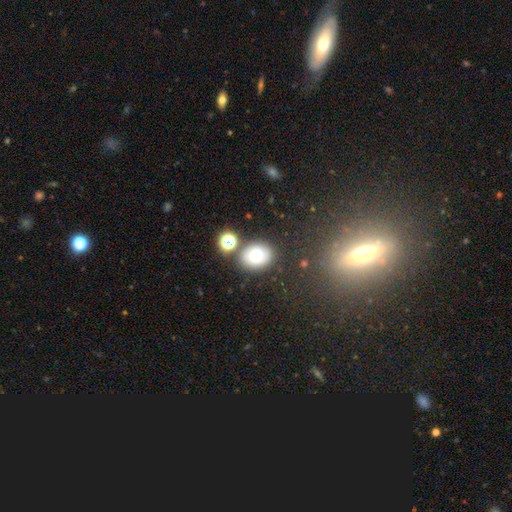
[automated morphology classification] The model was most divided on "how rounded": in between: 52%, round: 47%, cigar-shaped: 1%. More confident: merging — none (74%); smooth or featured — smooth (73%).